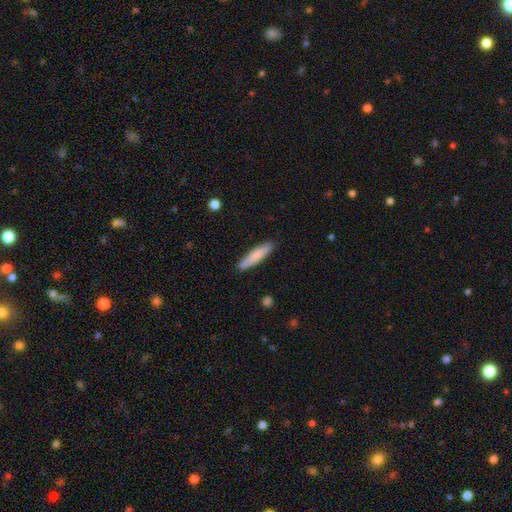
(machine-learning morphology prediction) Smooth or featured? smooth (77%)
How rounded? cigar-shaped (84%)
Merging? none (87%)